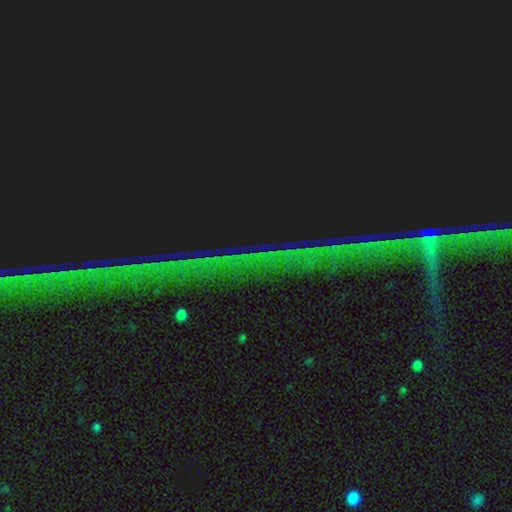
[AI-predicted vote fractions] Overall: star or artifact (85%).